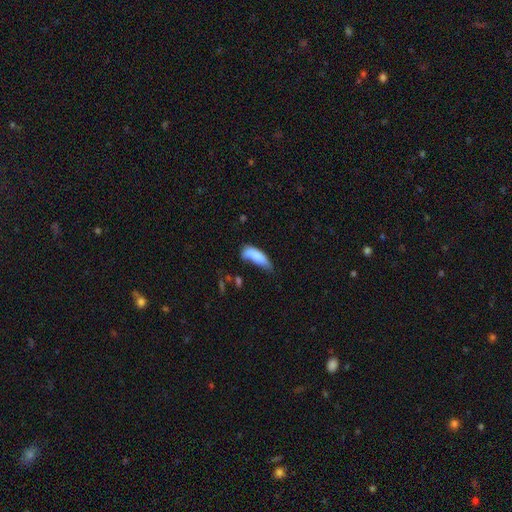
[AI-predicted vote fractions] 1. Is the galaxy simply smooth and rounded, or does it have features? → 80% smooth, 13% featured or disk, 8% star or artifact.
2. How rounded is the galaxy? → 58% in between, 39% cigar-shaped, 2% round.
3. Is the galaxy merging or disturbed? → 33% minor disturbance (tied), 33% none (tied), 20% major disturbance, 14% merger.